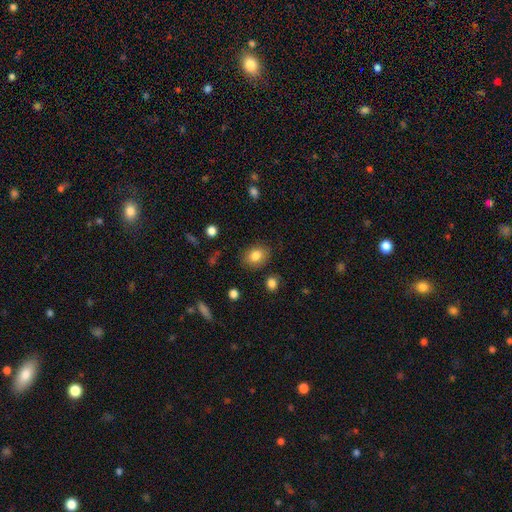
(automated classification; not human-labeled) Smooth or featured: smooth — 82% (star or artifact — 9%)
How rounded: in between — 61% (round — 38%)
Merging: none — 83% (minor disturbance — 12%)